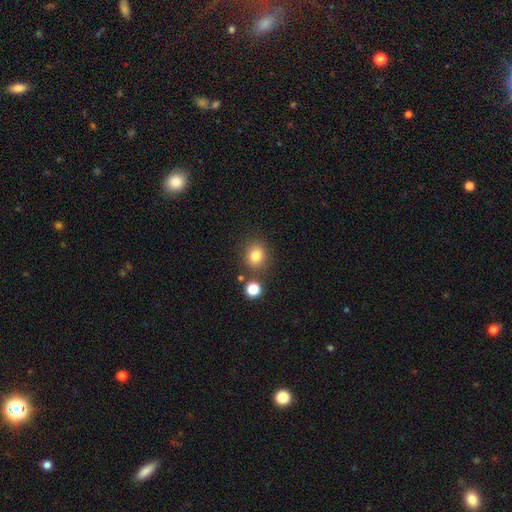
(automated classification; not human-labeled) Morphology: type=smooth (82%); roundness=round (75%); merging=none (78%).